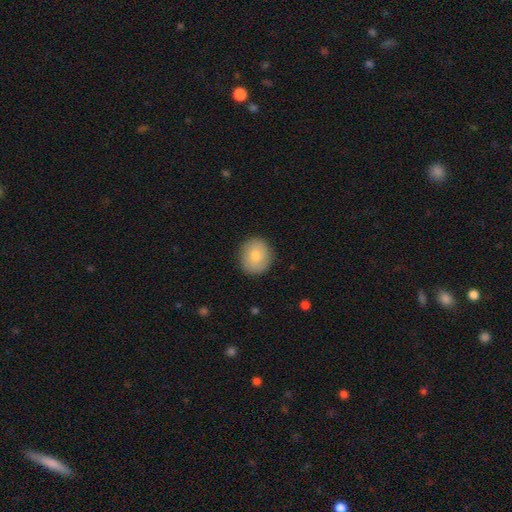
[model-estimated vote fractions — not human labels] Q: Smooth or featured?
A: smooth (81%); runner-up: featured or disk (13%)
Q: How rounded?
A: round (76%); runner-up: in between (23%)
Q: Merging?
A: none (88%); runner-up: minor disturbance (9%)